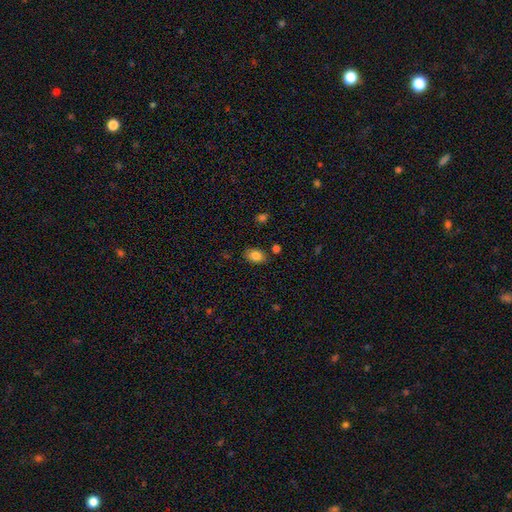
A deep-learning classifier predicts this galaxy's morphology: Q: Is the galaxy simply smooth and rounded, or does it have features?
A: smooth — 84%.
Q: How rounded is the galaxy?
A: in between — 81%.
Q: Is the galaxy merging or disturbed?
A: none — 81%.